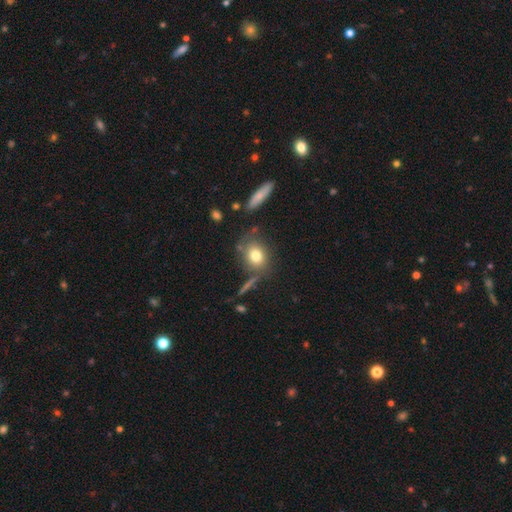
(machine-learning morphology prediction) This is likely a smooth galaxy (76%). How rounded: possibly round (59%). Merging: likely none (71%).